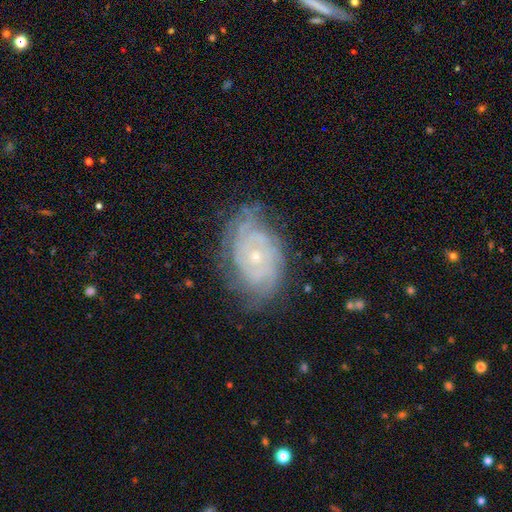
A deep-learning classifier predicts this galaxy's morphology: Overall: featured or disk (82%). Edge-on disk: no (96%). Bar: no (81%). Spiral arms: yes (94%). Spiral arm count: can't tell (40%; 2 19%). Spiral winding: tight (76%). Bulge size: small (73%). Merging: none (71%).